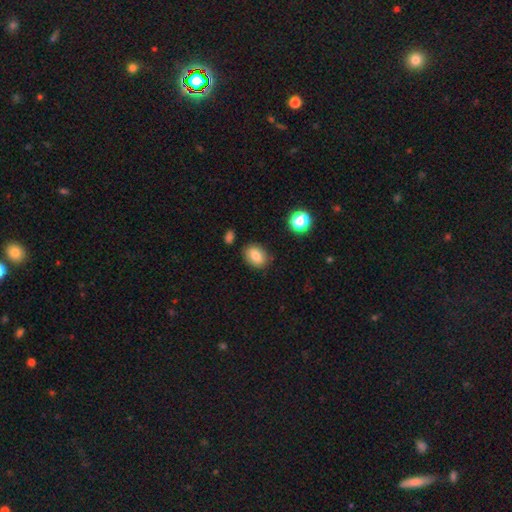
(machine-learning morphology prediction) smooth-or-featured: smooth: 82% | star or artifact: 9% | featured or disk: 9%
  how-rounded: in between: 70% | round: 29% | cigar-shaped: 1%
  merging: none: 84% | minor disturbance: 11% | merger: 3% | major disturbance: 3%